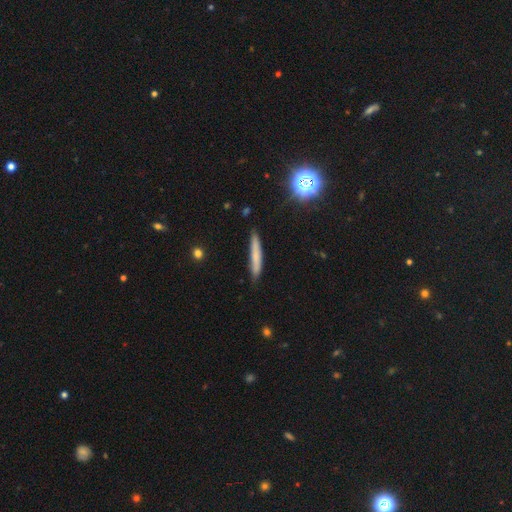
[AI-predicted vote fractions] Morphology: type=smooth (70%); roundness=cigar-shaped (94%); merging=none (83%).